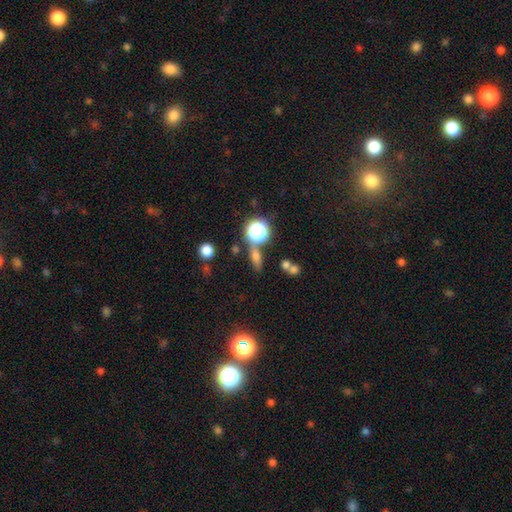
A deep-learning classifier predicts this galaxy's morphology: Overall: smooth (60%; star or artifact 25%). How rounded: in between (47%; round 27%). Merging: none (67%).